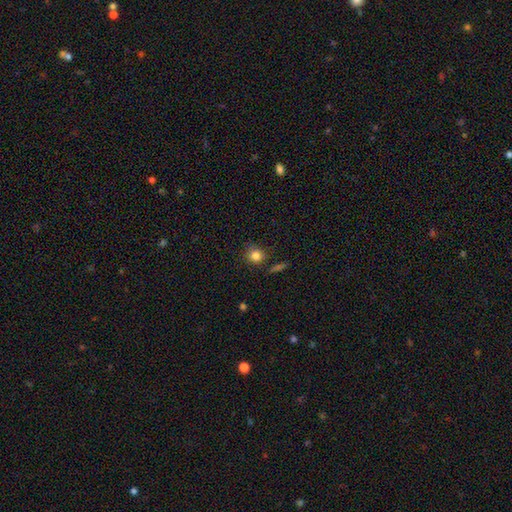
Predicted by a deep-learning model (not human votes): This appears to be a smooth galaxy with no disk features (82%) that is round (86%). Merging: none (79%).